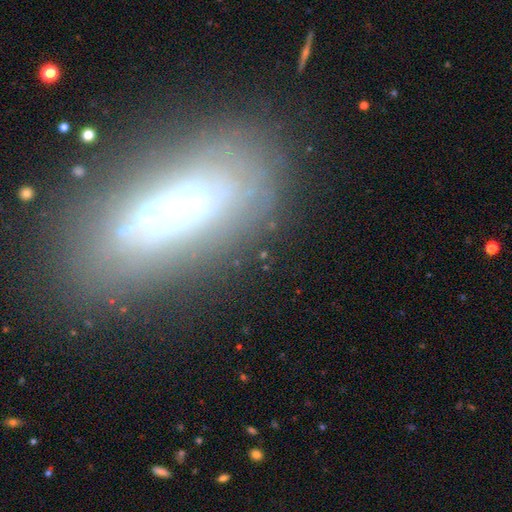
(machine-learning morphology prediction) smooth_or_featured: featured or disk (p=0.56) [alt: smooth p=0.27]
disk_edge_on: no (p=0.53) [alt: yes p=0.47]
merging: none (p=0.69) [alt: minor disturbance p=0.16]